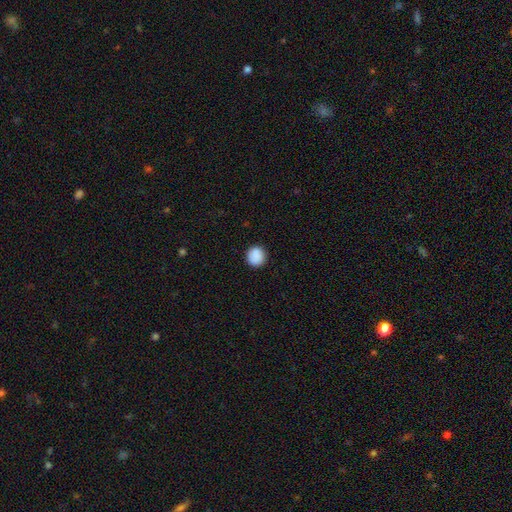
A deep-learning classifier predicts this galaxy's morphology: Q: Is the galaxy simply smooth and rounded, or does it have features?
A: smooth — 89%.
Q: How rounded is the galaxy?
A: round — 91%.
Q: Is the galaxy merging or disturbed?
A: none — 89%.